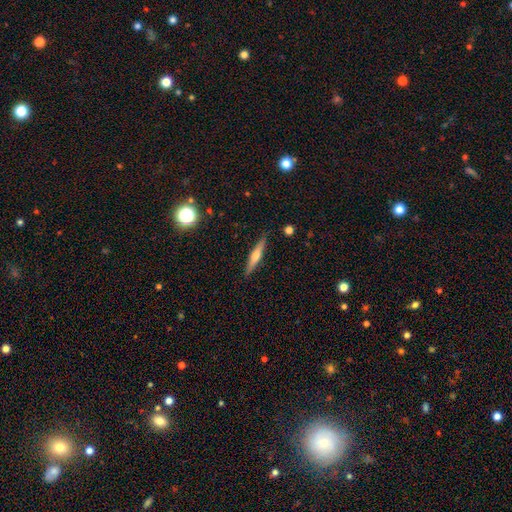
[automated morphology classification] A featured or disk galaxy (54%) viewed edge-on (95%) with a rounded central bulge (84%).

Vote fractions:
- Smooth or featured? featured or disk: 54% / smooth: 39% / star or artifact: 7%
- Edge-on disk? yes: 95% / no: 5%
- Edge-on bulge? rounded: 84% / none: 10% / boxy: 6%
- Merging? none: 89% / minor disturbance: 8% / major disturbance: 2% / merger: 1%